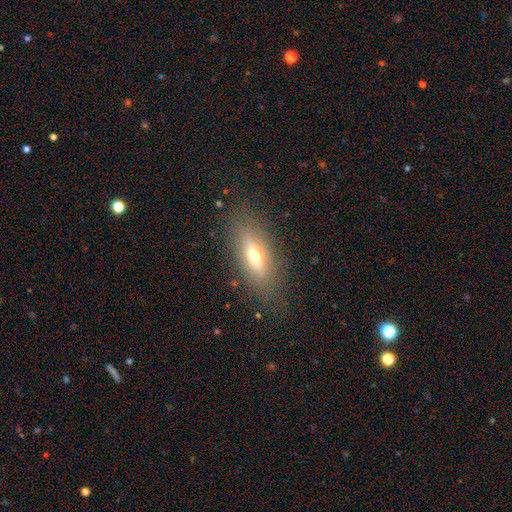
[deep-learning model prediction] Smooth or featured?
  - smooth: 53% *
  - featured or disk: 37%
  - star or artifact: 10%
How rounded?
  - in between: 61% *
  - cigar-shaped: 34%
  - round: 5%
Merging?
  - none: 80% *
  - minor disturbance: 13%
  - major disturbance: 6%
  - merger: 1%